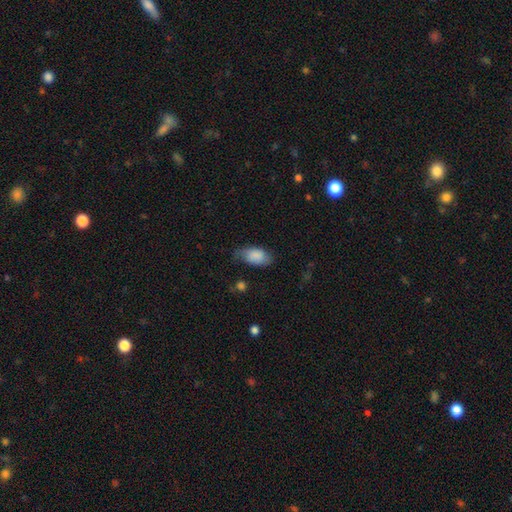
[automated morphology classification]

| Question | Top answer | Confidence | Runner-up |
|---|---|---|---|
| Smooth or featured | smooth | 85% | featured or disk (8%) |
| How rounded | in between | 93% | round (5%) |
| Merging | none | 60% | minor disturbance (30%) |